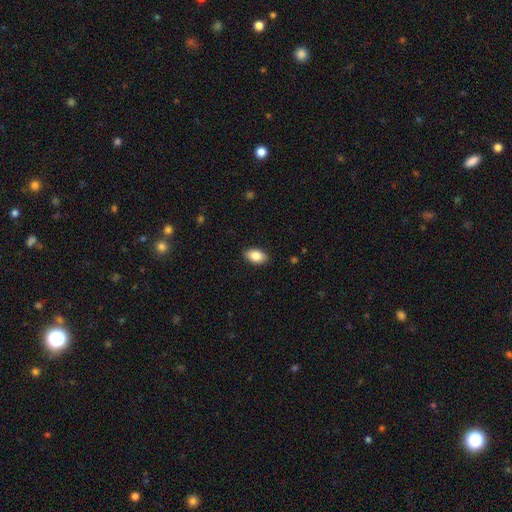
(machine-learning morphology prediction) Smooth or featured? smooth (86%)
How rounded? in between (92%)
Merging? none (88%)